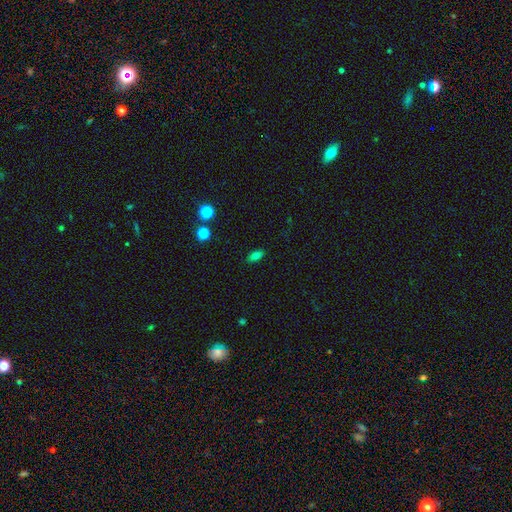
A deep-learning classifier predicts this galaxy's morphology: Smooth or featured?
  - smooth: 78% *
  - star or artifact: 13%
  - featured or disk: 9%
How rounded?
  - in between: 85% *
  - round: 8%
  - cigar-shaped: 7%
Merging?
  - none: 87% *
  - minor disturbance: 9%
  - major disturbance: 2%
  - merger: 2%